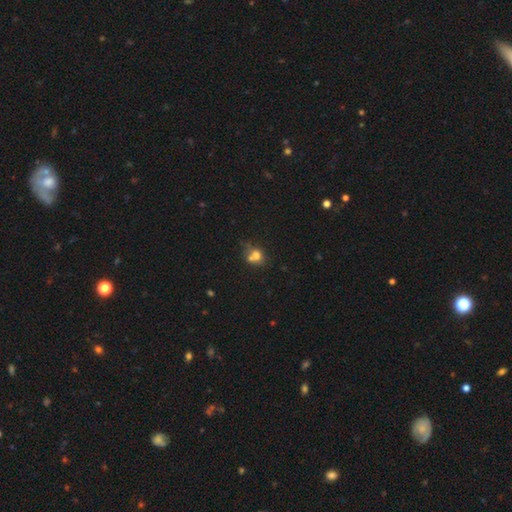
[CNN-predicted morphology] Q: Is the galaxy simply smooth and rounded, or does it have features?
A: smooth — 70%.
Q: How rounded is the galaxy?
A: round — 72%.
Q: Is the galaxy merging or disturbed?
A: merger — 44%.